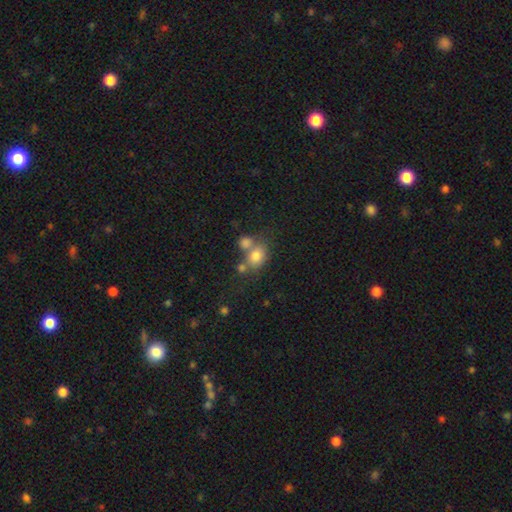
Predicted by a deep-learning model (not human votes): Morphology: type=smooth (76%); roundness=in between (49%, tied with round); merging=none (41%).